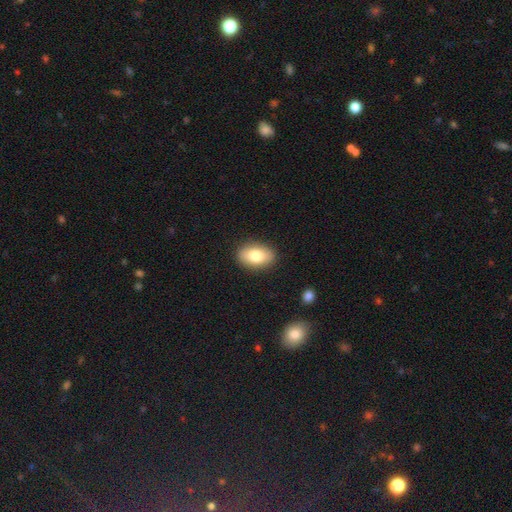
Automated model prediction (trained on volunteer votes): A smooth galaxy with no disk features (79%) that is in between round and cigar-shaped (89%). Merging: none (88%).